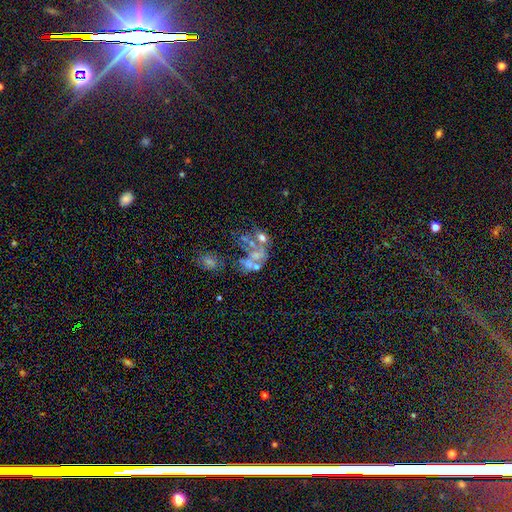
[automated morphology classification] Smooth or featured? Predicted: featured or disk (p=0.56). Edge-on disk? Predicted: no (p=0.98). Bar? Predicted: no (p=0.91). Spiral arms? Predicted: no (p=0.91). Bulge size? Predicted: none (p=0.66). Merging? Predicted: merger (p=0.42).